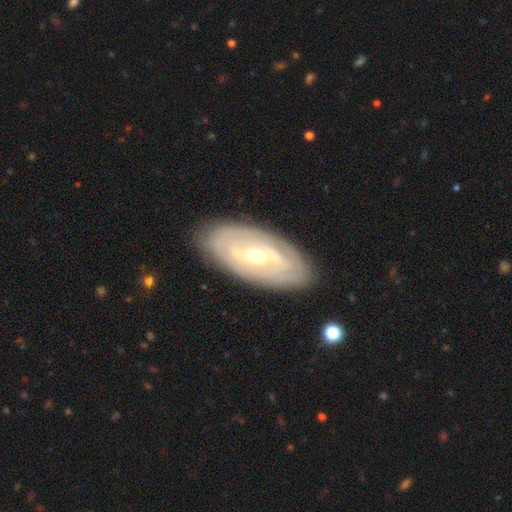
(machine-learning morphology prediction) Overall: featured or disk (78%). Edge-on disk: no (89%). Bar: weak (39%; no 37%). Spiral arms: yes (67%; no 33%). Bulge size: moderate (67%; small 27%). Merging: none (85%).